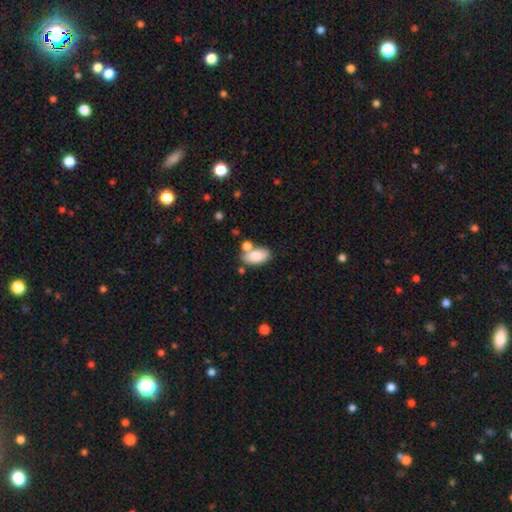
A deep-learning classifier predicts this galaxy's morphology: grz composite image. It shows a smooth galaxy with no disk features (83%) that is in between round and cigar-shaped (93%). Merging: none (58%).